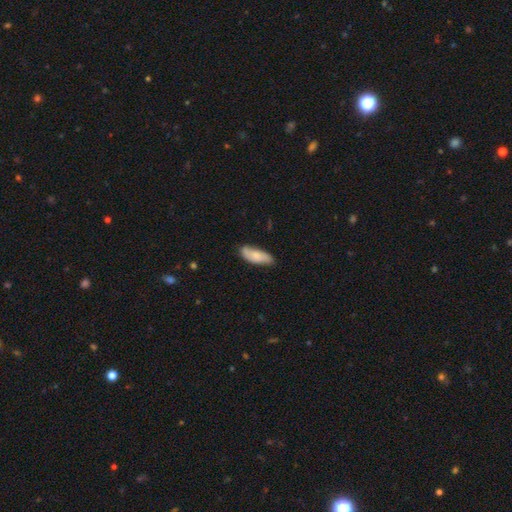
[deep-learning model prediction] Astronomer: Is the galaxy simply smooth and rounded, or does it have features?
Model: smooth — 72%.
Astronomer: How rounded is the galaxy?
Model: in between — 71%.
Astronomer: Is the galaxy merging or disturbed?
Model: none — 71%.